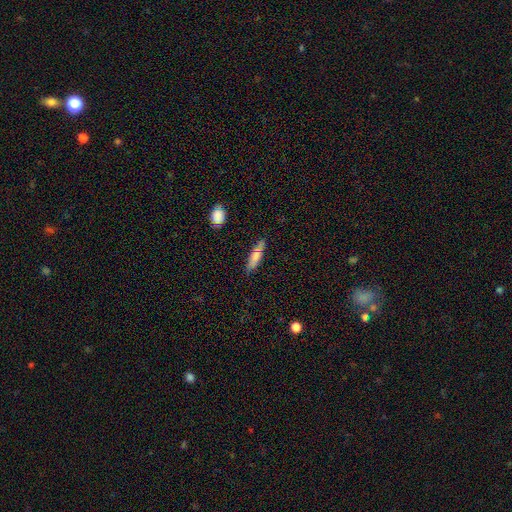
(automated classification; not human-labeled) smooth_or_featured: smooth (p=0.70) [alt: featured or disk p=0.23]
how_rounded: cigar-shaped (p=0.71) [alt: in between p=0.27]
merging: none (p=0.72) [alt: minor disturbance p=0.19]